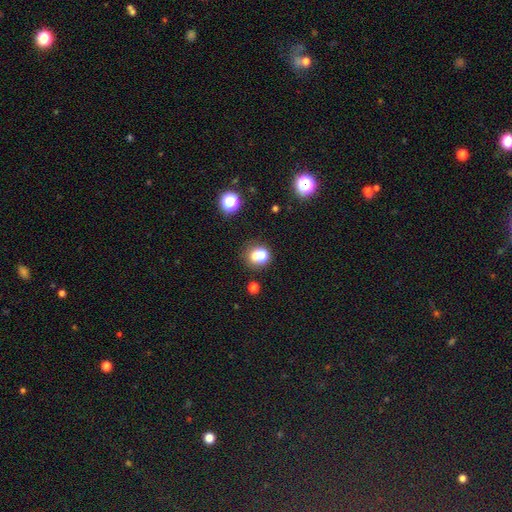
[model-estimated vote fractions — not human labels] This is likely a smooth galaxy (67%). How rounded: likely round (75%). Merging: marginally none (45%).